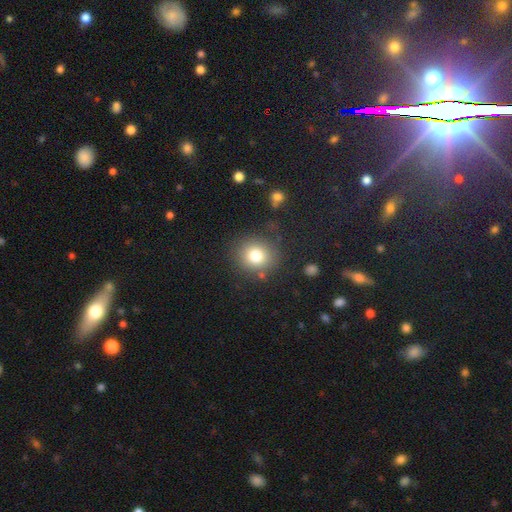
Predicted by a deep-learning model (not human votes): Q: Smooth or featured?
A: smooth (78%); runner-up: star or artifact (12%)
Q: How rounded?
A: round (84%); runner-up: in between (15%)
Q: Merging?
A: none (80%); runner-up: minor disturbance (11%)